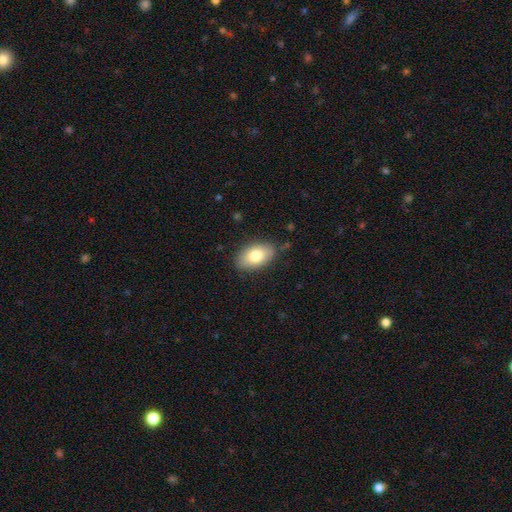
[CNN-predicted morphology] type=smooth (79%); roundness=in between (91%); merging=none (82%).